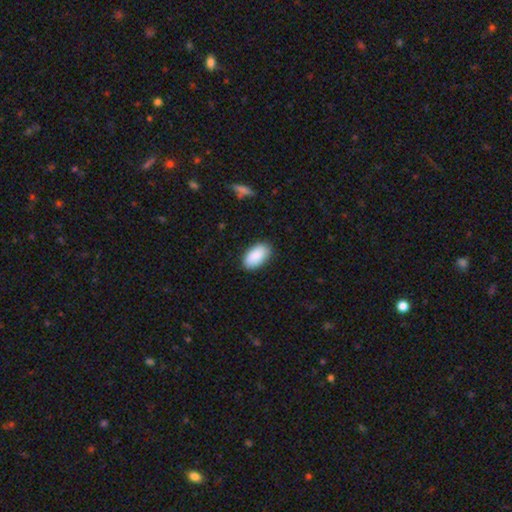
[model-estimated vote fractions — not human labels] smooth 90%, star or artifact 6%, featured or disk 4%. Down the decision tree: how rounded — in between (95%); merging — none (87%).